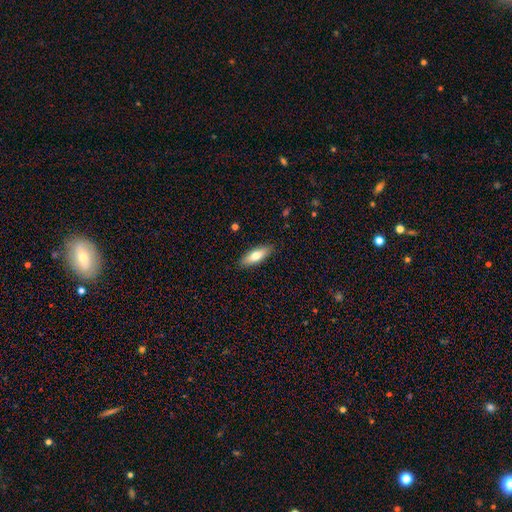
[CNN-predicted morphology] smooth-or-featured: smooth: 73% | featured or disk: 21% | star or artifact: 6%
  how-rounded: in between: 60% | cigar-shaped: 38% | round: 2%
  merging: none: 88% | minor disturbance: 9% | major disturbance: 2% | merger: 1%